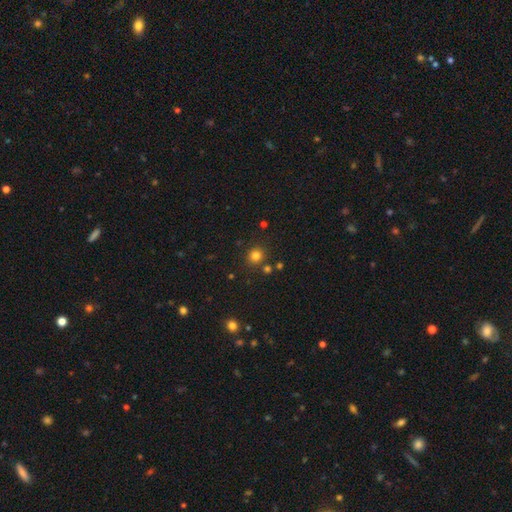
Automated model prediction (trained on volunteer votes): Smooth or featured?
  - smooth: 79% *
  - star or artifact: 16%
  - featured or disk: 5%
How rounded?
  - round: 89% *
  - in between: 11%
  - cigar-shaped: 1%
Merging?
  - none: 84% *
  - minor disturbance: 7%
  - merger: 6%
  - major disturbance: 3%